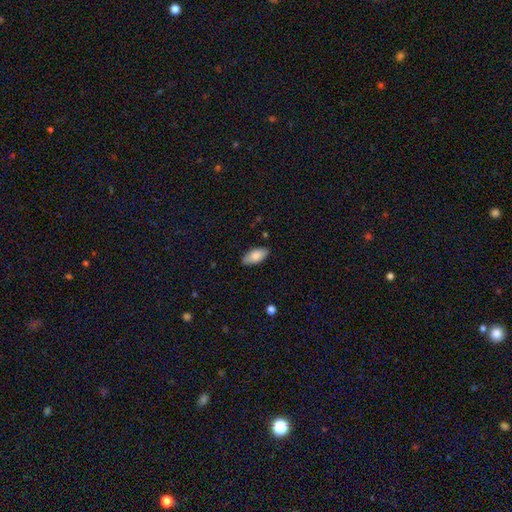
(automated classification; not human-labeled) smooth 82%, featured or disk 12%, star or artifact 6%. Down the decision tree: how rounded — in between (90%); merging — none (86%).